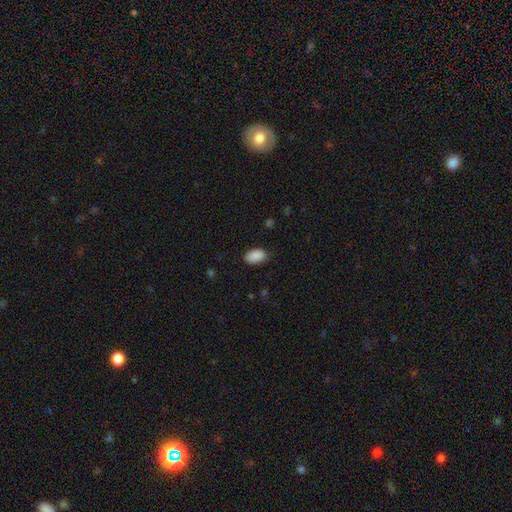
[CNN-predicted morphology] A smooth galaxy with no disk features (90%) that is in between round and cigar-shaped (92%). Merging: none (82%).